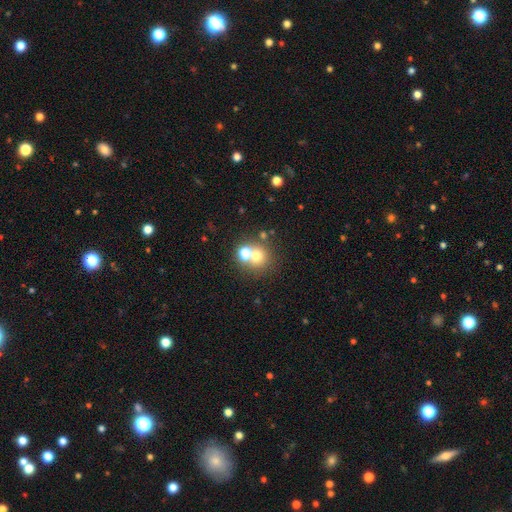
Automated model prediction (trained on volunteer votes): This is likely a smooth galaxy (66%). How rounded: clearly round (88%). Merging: possibly none (56%).